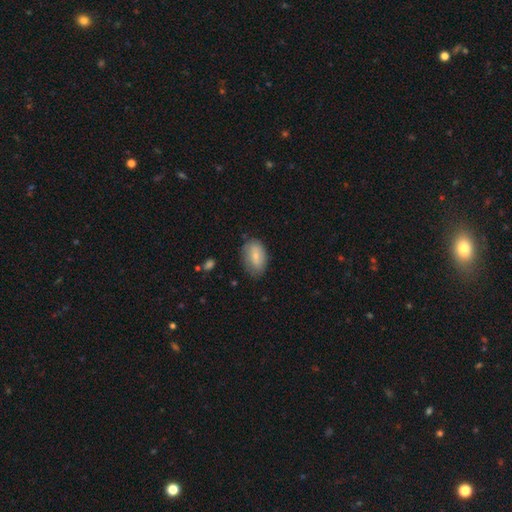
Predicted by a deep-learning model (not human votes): This is likely a smooth galaxy (73%). How rounded: clearly in between (90%). Merging: likely none (70%).